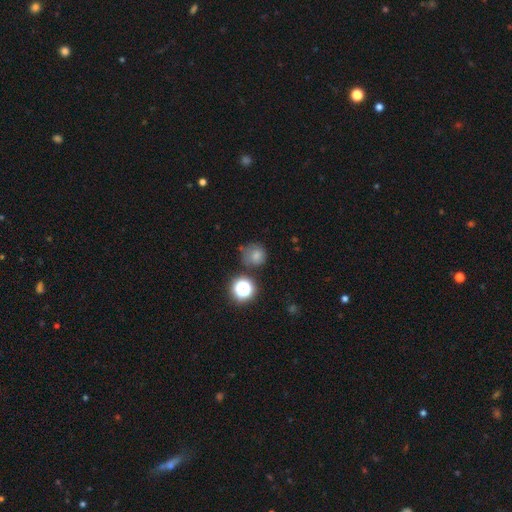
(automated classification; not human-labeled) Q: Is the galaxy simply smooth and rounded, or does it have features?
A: smooth — 72%.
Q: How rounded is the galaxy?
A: round — 88%.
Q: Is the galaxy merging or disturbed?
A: none — 66%.